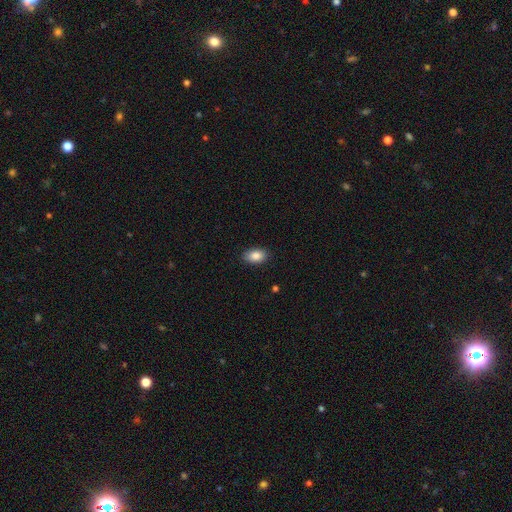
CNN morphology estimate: smooth-or-featured: smooth: 87% | star or artifact: 8% | featured or disk: 5%
  how-rounded: in between: 90% | round: 8% | cigar-shaped: 2%
  merging: none: 87% | minor disturbance: 10% | major disturbance: 2% | merger: 1%